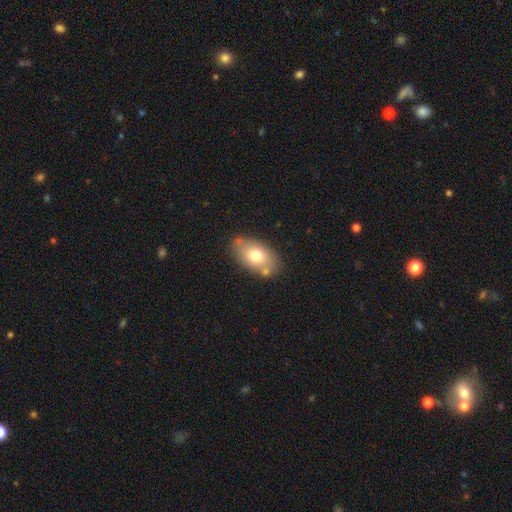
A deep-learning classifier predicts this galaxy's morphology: Q: Smooth or featured?
A: smooth (72%); runner-up: featured or disk (21%)
Q: How rounded?
A: in between (90%); runner-up: round (8%)
Q: Merging?
A: none (72%); runner-up: minor disturbance (16%)